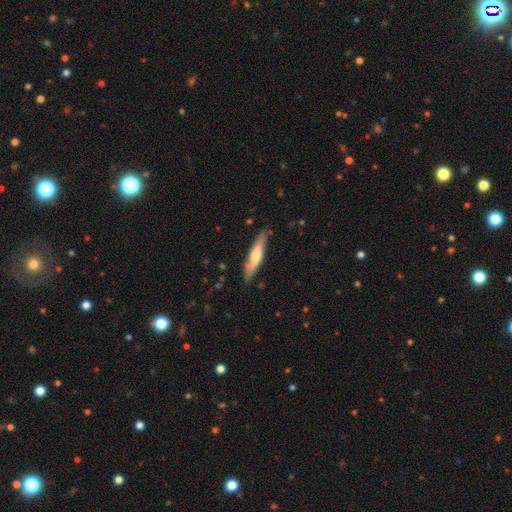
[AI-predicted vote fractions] Smooth or featured?
  - smooth: 56% *
  - featured or disk: 39%
  - star or artifact: 5%
How rounded?
  - cigar-shaped: 85% *
  - in between: 14%
  - round: 1%
Merging?
  - none: 84% *
  - minor disturbance: 12%
  - major disturbance: 2%
  - merger: 1%